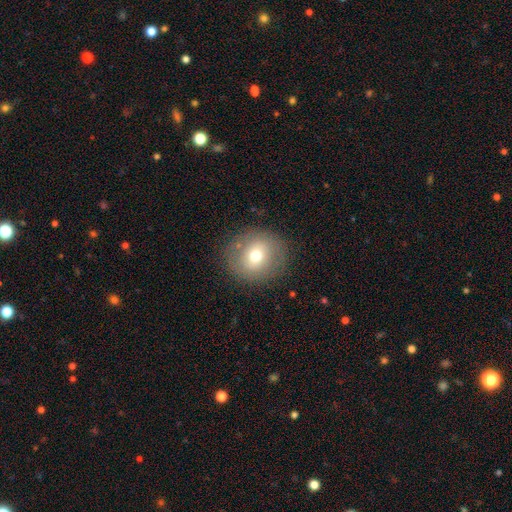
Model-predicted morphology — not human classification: Smooth or featured? Predicted: smooth (p=0.67). How rounded? Predicted: round (p=0.88). Merging? Predicted: none (p=0.86).